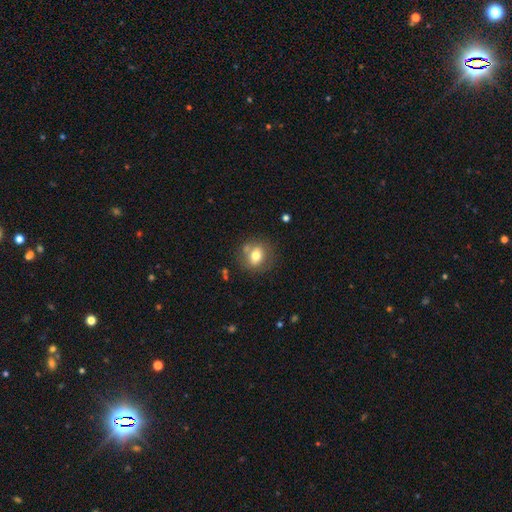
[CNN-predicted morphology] Smooth or featured: smooth — 70% (featured or disk — 20%)
How rounded: round — 68% (in between — 30%)
Merging: none — 69% (minor disturbance — 17%)